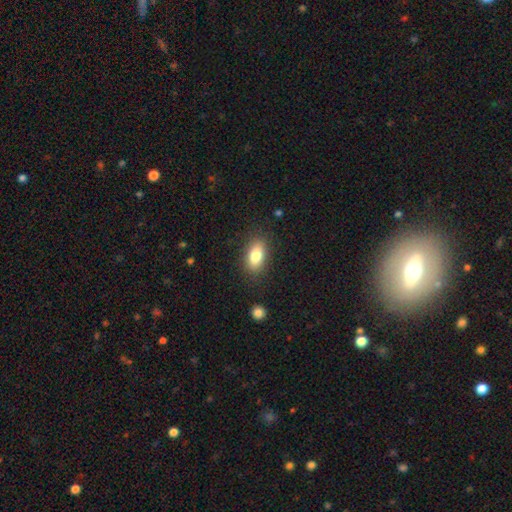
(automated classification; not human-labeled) Smooth or featured? Predicted: smooth (p=0.80). How rounded? Predicted: in between (p=0.88). Merging? Predicted: none (p=0.85).